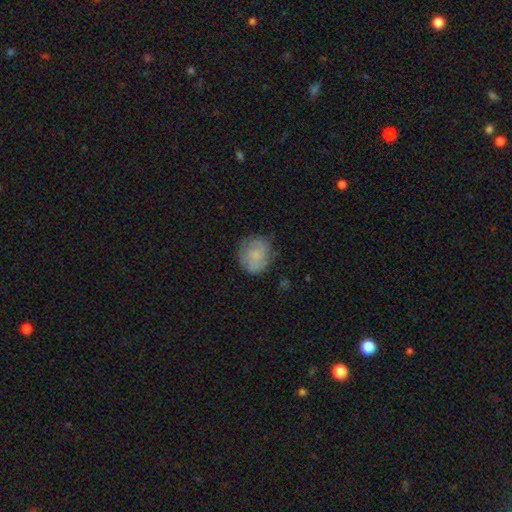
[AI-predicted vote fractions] Morphology: type=smooth (56%); roundness=round (75%); merging=none (72%).